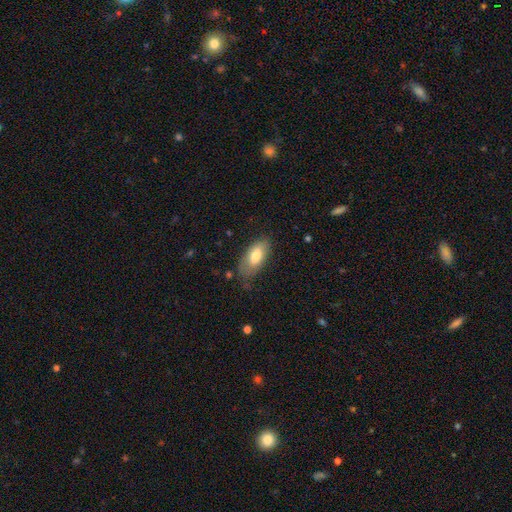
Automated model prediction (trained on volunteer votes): This is likely a smooth galaxy (75%). How rounded: clearly in between (90%). Merging: likely none (68%).